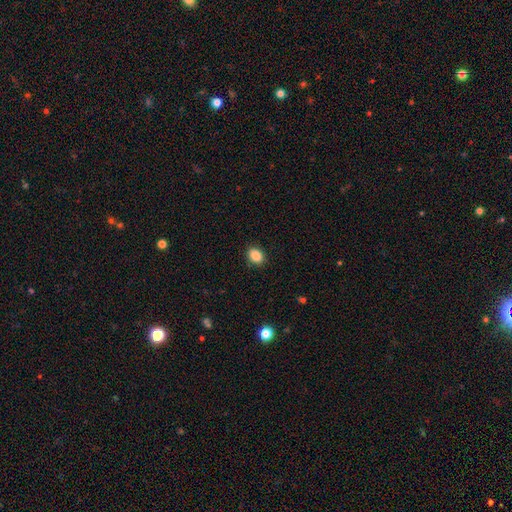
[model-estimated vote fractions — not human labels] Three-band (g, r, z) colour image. It shows a smooth galaxy with no disk features (88%) that is in between round and cigar-shaped (60%). Merging: none (89%).